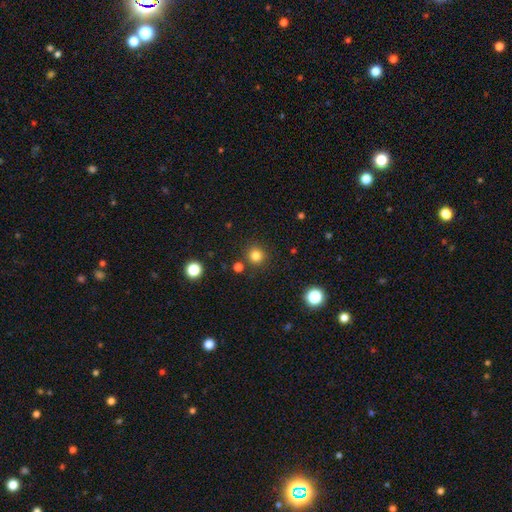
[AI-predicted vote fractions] smooth-or-featured: smooth: 81% | star or artifact: 14% | featured or disk: 5%
  how-rounded: round: 94% | in between: 5% | cigar-shaped: 1%
  merging: none: 87% | minor disturbance: 7% | merger: 4% | major disturbance: 3%